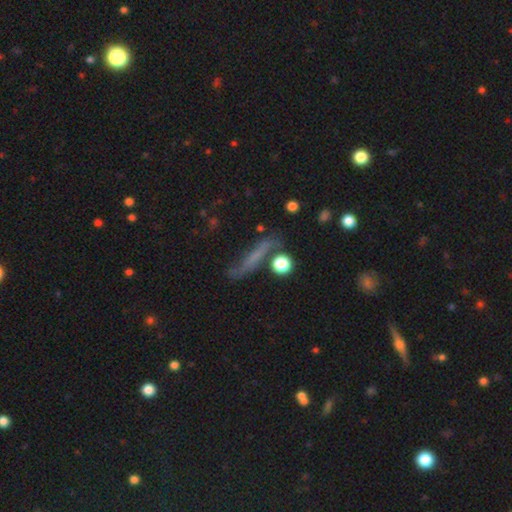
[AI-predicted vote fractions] This appears to be a smooth galaxy with no disk features (44%). Merging: none (62%).